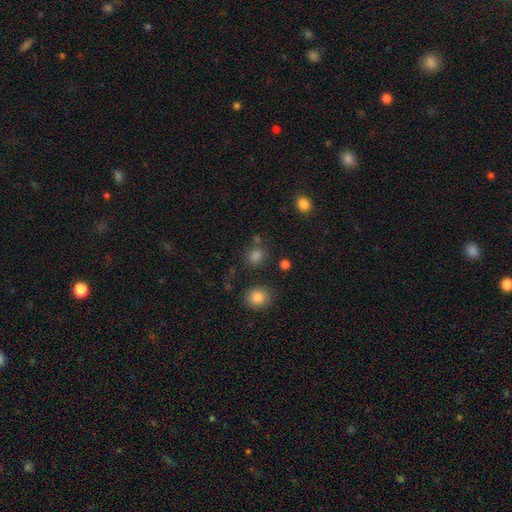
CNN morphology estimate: This appears to be a smooth galaxy with no disk features (78%) that is round (69%). Merging: none (74%).